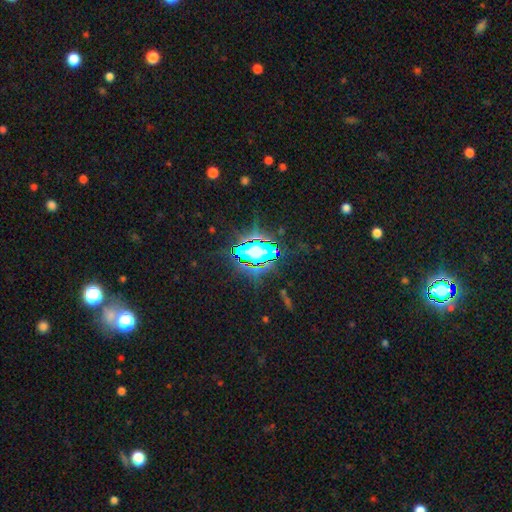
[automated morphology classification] This appears to be a star or artifact, not a galaxy (76%).